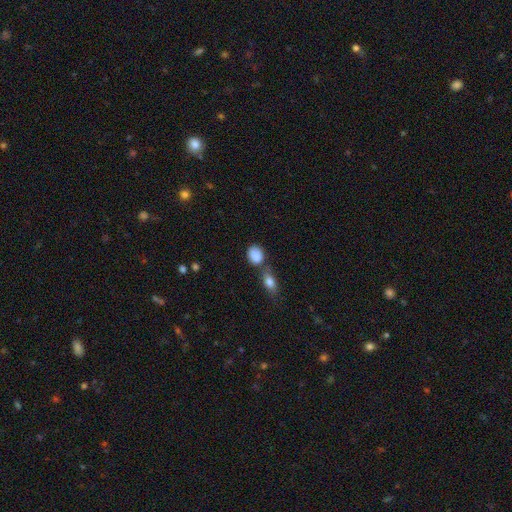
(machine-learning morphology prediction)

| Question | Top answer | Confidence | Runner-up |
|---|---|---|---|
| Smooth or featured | smooth | 86% | star or artifact (8%) |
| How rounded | round | 50% | in between (48%) |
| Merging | none | 54% | merger (26%) |